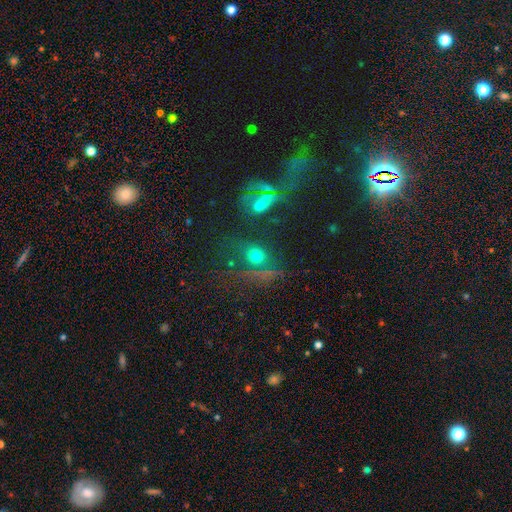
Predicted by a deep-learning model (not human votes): A smooth galaxy with no disk features (51%) that is round (71%).

Vote fractions:
- Smooth or featured? smooth: 51% / star or artifact: 31% / featured or disk: 18%
- How rounded? round: 71% / in between: 26% / cigar-shaped: 4%
- Merging? none: 57% / merger: 16% / minor disturbance: 14% / major disturbance: 13%